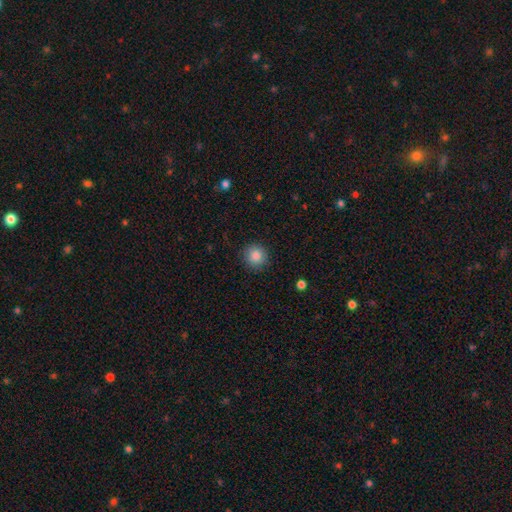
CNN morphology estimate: This is clearly a smooth galaxy (86%). How rounded: clearly round (92%). Merging: clearly none (90%).